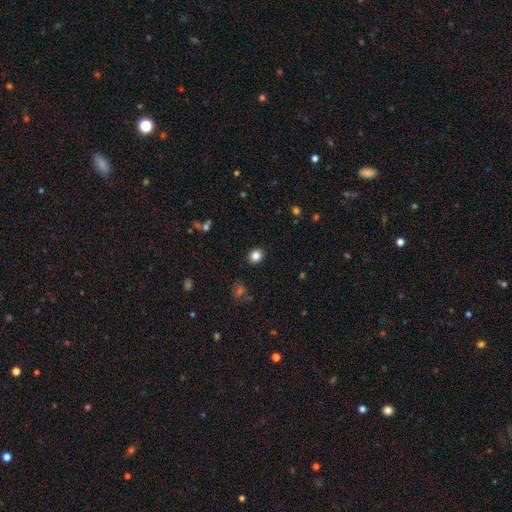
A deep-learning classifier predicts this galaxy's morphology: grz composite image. It shows a smooth galaxy with no disk features (84%) that is round (74%). Merging: none (91%).